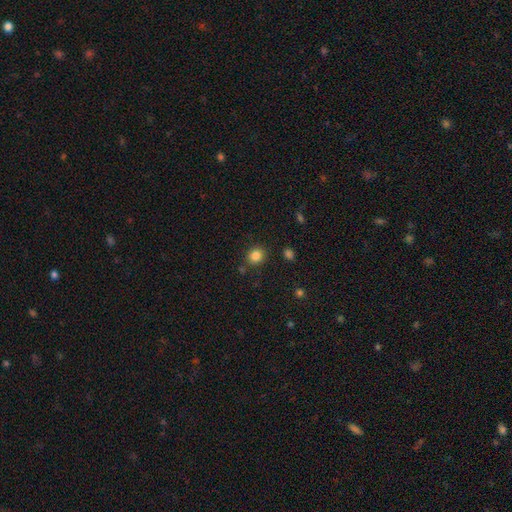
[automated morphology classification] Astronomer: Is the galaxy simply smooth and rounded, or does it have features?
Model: smooth — 84%.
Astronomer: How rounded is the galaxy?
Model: round — 78%.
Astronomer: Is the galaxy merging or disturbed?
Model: none — 85%.